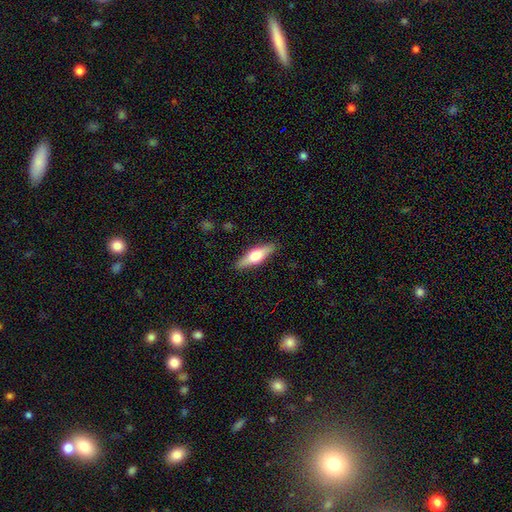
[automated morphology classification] smooth-or-featured: smooth: 49% | featured or disk: 45% | star or artifact: 6%
  merging: none: 88% | minor disturbance: 9% | major disturbance: 2% | merger: 1%